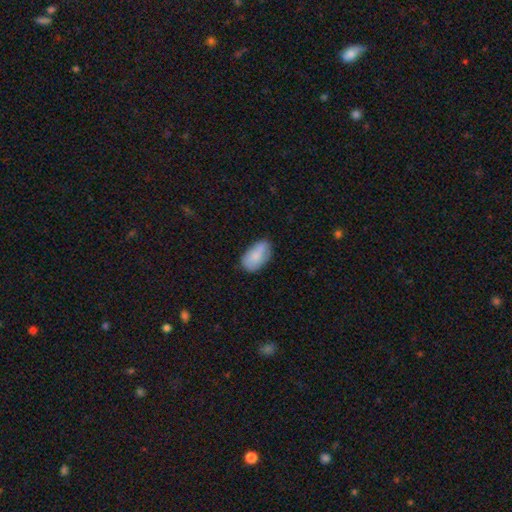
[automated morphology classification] type=smooth (80%); roundness=in between (94%); merging=none (68%).